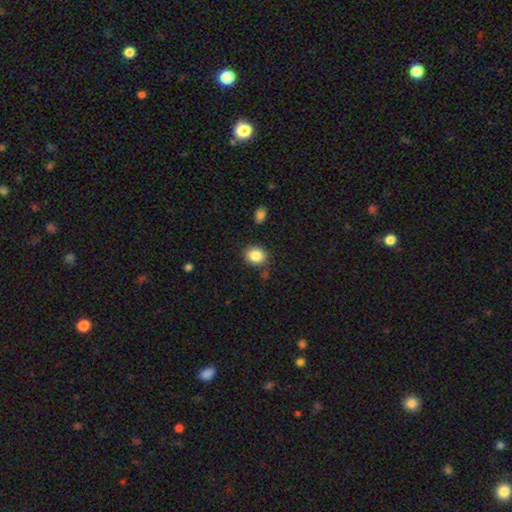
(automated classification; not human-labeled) The model was most divided on "how rounded": round: 66%, in between: 33%, cigar-shaped: 1%. More confident: smooth or featured — smooth (86%); merging — none (81%).